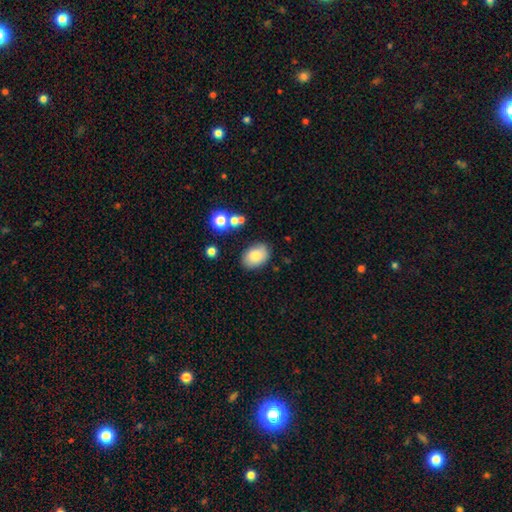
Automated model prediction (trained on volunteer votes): Morphology: type=smooth (82%); roundness=in between (83%); merging=none (81%).